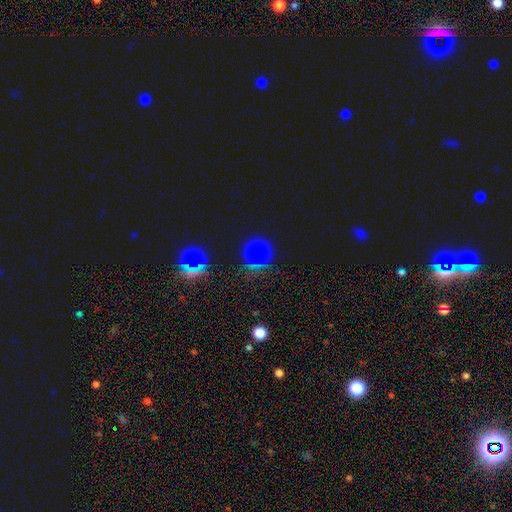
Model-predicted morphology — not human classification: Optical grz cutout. It shows a star or artifact, not a galaxy (50%).